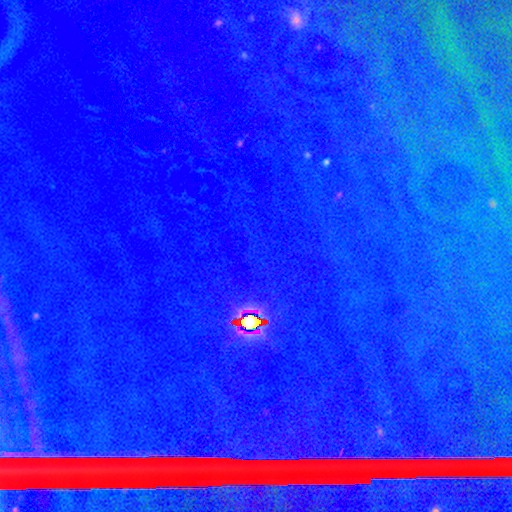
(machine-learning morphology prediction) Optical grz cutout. It shows a star or artifact, not a galaxy (84%).